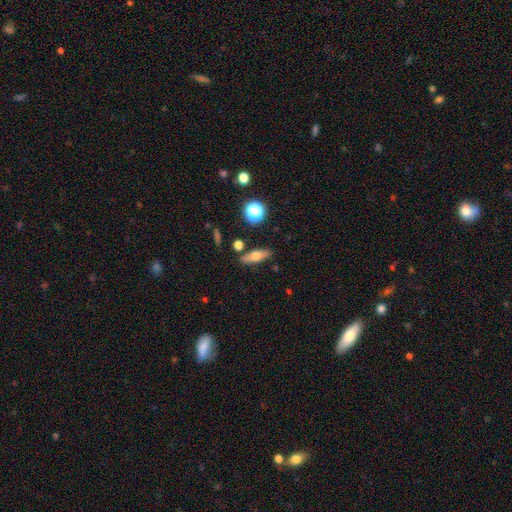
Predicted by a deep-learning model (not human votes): A smooth galaxy with no disk features (57%) that is in between round and cigar-shaped (51%). Merging: none (83%).